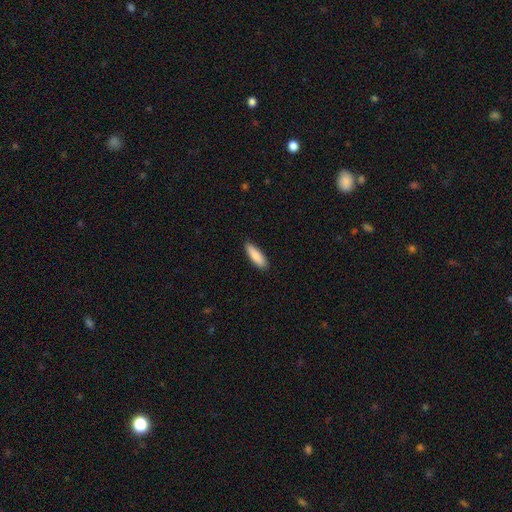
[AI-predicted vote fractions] A smooth galaxy with no disk features (86%) that is cigar-shaped (55%).

Vote fractions:
- Smooth or featured? smooth: 86% / featured or disk: 8% / star or artifact: 5%
- How rounded? cigar-shaped: 55% / in between: 43% / round: 2%
- Merging? none: 89% / minor disturbance: 8% / major disturbance: 2% / merger: 1%